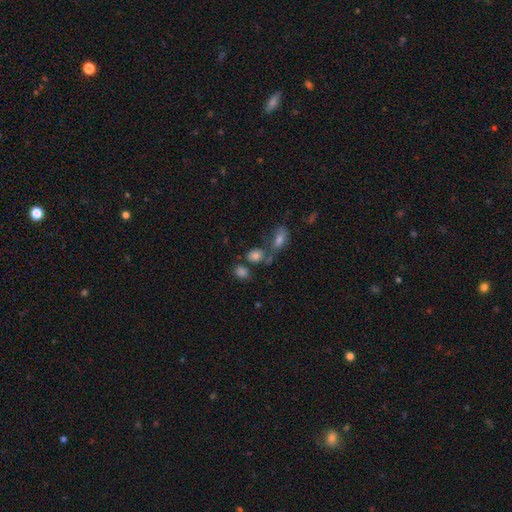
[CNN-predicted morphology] Smooth or featured? Predicted: smooth (p=0.68). How rounded? Predicted: in between (p=0.50). Merging? Predicted: none (p=0.51).